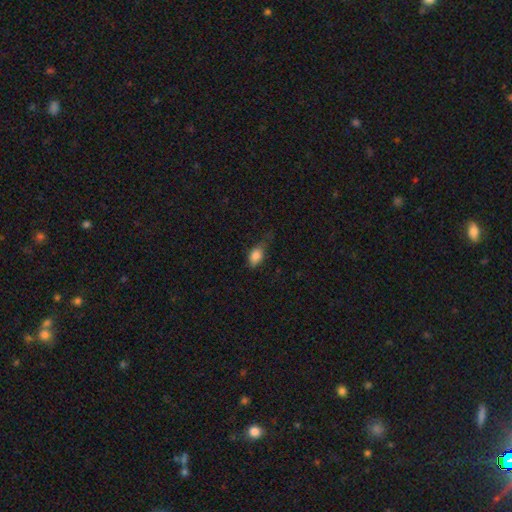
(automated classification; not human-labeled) This appears to be a smooth galaxy with no disk features (84%) that is in between round and cigar-shaped (84%). Merging: none (42%).